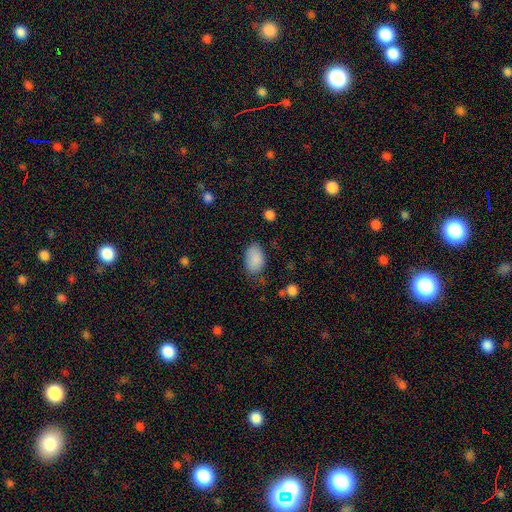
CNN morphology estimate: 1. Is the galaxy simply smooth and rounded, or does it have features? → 88% smooth, 7% star or artifact, 5% featured or disk.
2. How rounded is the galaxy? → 92% in between, 7% round, 1% cigar-shaped.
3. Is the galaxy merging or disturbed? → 71% none, 22% minor disturbance, 6% major disturbance, 2% merger.